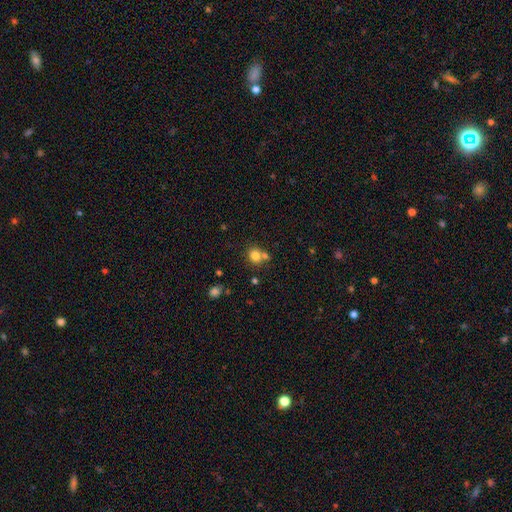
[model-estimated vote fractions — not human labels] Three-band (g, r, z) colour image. It shows a smooth galaxy with no disk features (78%) that is round (79%). Merging: none (55%).